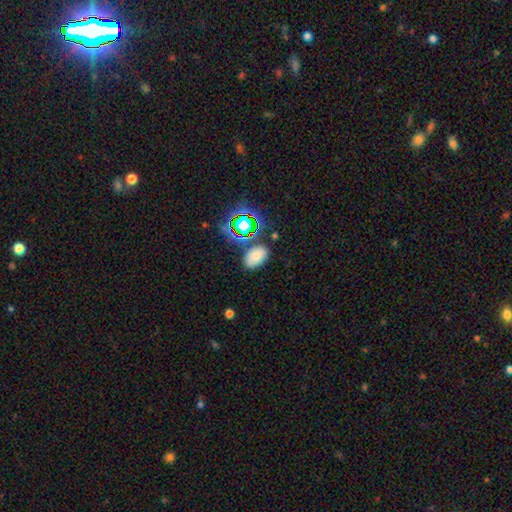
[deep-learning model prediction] This is likely a smooth galaxy (70%). How rounded: clearly in between (89%). Merging: likely none (75%).